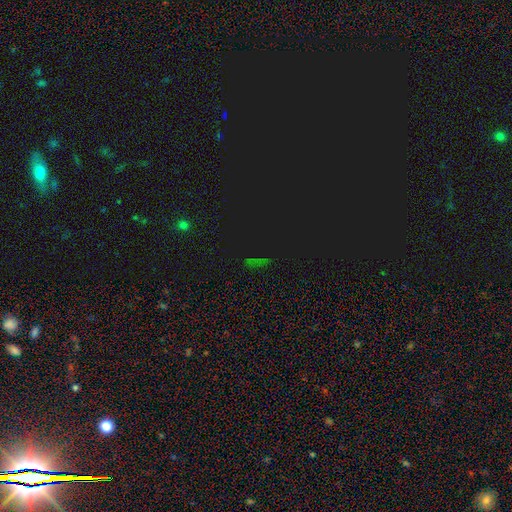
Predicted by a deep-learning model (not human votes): Overall: star or artifact (74%).